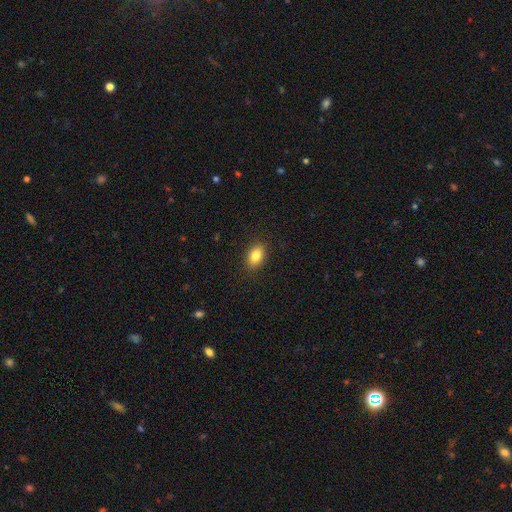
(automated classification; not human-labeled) The model was most divided on "how rounded": in between: 84%, round: 14%, cigar-shaped: 2%. More confident: merging — none (88%); smooth or featured — smooth (84%).